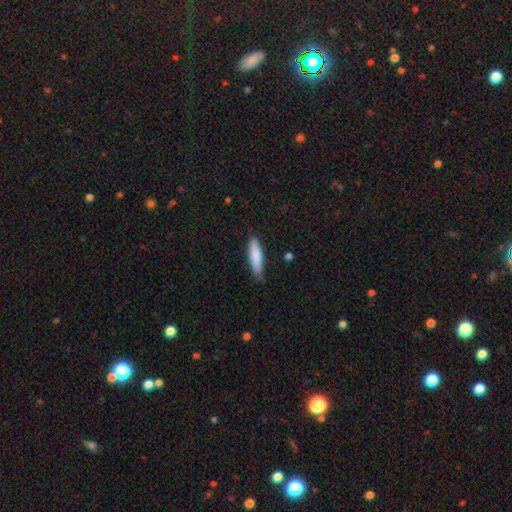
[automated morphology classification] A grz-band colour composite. It shows a smooth galaxy with no disk features (84%) that is cigar-shaped (73%). Merging: none (79%).